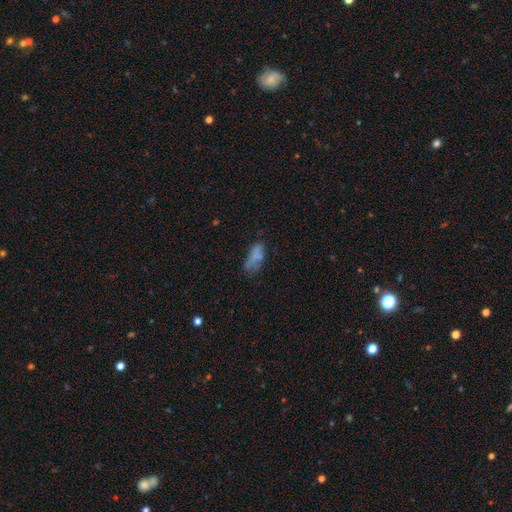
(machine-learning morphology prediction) This appears to be a smooth galaxy with no disk features (67%) that is in between round and cigar-shaped (83%). Merging: none (39%).